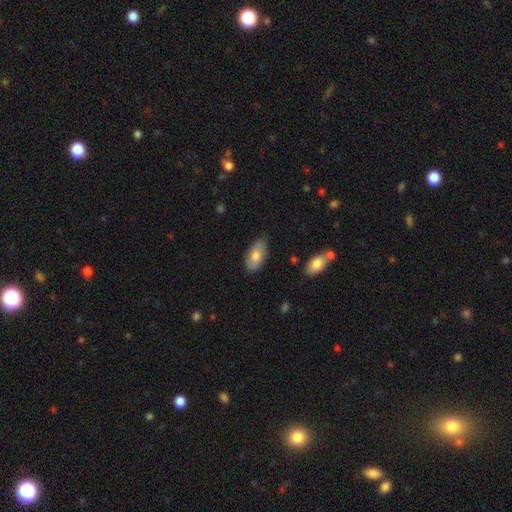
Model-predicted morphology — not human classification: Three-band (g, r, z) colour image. It shows a smooth galaxy with no disk features (78%) that is in between round and cigar-shaped (93%). Merging: none (77%).